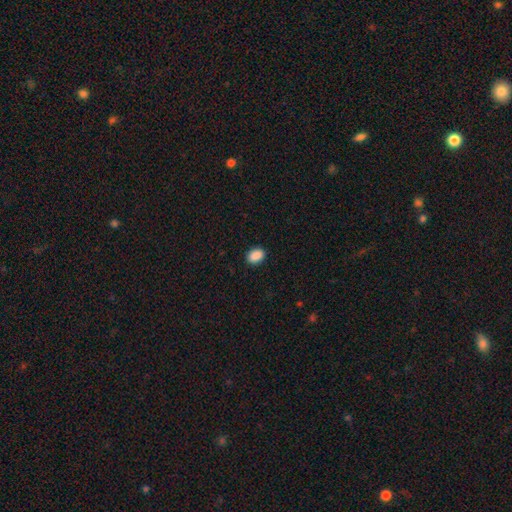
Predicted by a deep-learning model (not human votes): Smooth or featured? Predicted: smooth (p=0.89). How rounded? Predicted: in between (p=0.77). Merging? Predicted: none (p=0.90).